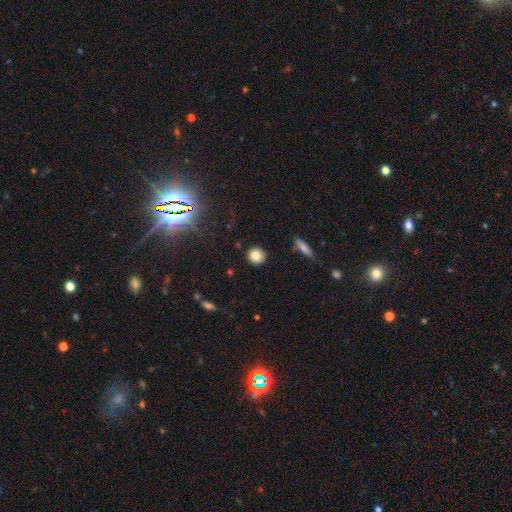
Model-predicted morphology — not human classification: This appears to be a smooth galaxy with no disk features (83%) that is round (89%). Merging: none (89%).